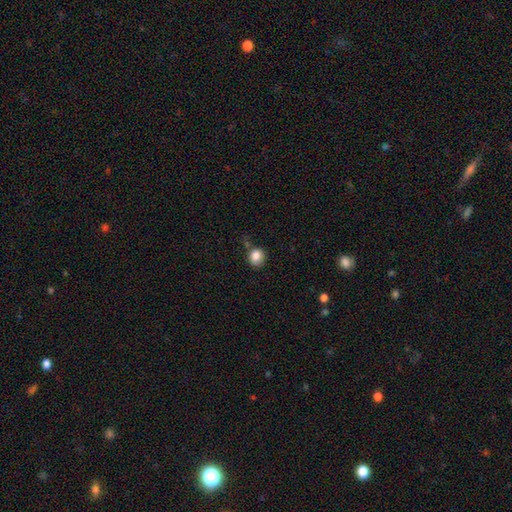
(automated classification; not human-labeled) A smooth galaxy with no disk features (85%) that is round (73%).

Vote fractions:
- Smooth or featured? smooth: 85% / star or artifact: 9% / featured or disk: 6%
- How rounded? round: 73% / in between: 26% / cigar-shaped: 1%
- Merging? none: 63% / minor disturbance: 23% / merger: 9% / major disturbance: 6%